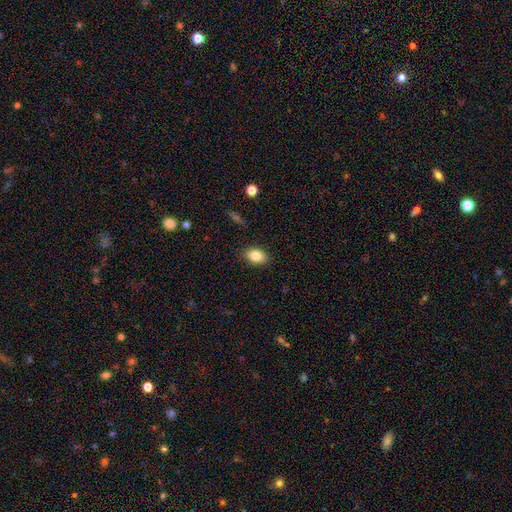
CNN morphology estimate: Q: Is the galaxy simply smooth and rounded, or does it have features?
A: smooth — 84%.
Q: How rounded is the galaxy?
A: in between — 84%.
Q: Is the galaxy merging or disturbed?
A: none — 87%.